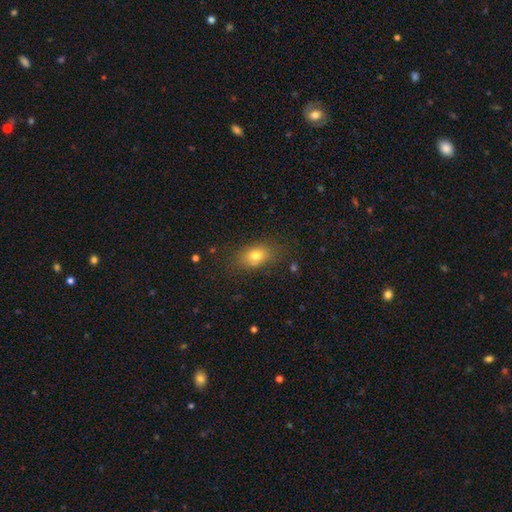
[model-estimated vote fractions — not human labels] Q: Smooth or featured?
A: smooth (77%); runner-up: featured or disk (12%)
Q: How rounded?
A: in between (78%); runner-up: round (20%)
Q: Merging?
A: none (77%); runner-up: minor disturbance (16%)